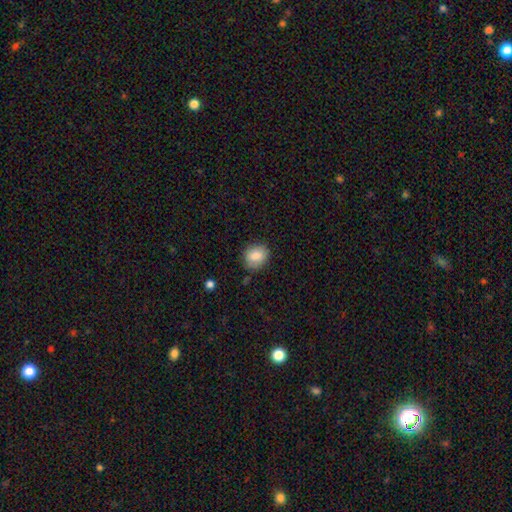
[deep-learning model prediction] smooth 83%, featured or disk 8%, star or artifact 8%. Down the decision tree: how rounded — round (66%); merging — none (81%).